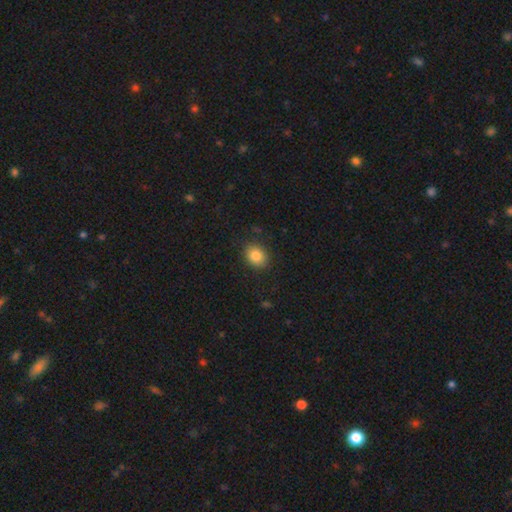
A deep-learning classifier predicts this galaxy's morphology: Smooth or featured? Predicted: smooth (p=0.84). How rounded? Predicted: in between (p=0.50). Merging? Predicted: none (p=0.86).